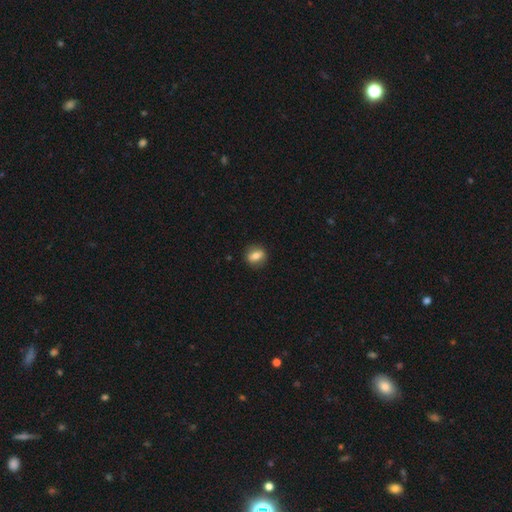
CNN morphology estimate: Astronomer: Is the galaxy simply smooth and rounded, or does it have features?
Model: smooth — 69%.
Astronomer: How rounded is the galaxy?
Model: round — 48% (runner-up: in between, 47%).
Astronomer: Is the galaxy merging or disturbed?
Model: none — 87%.